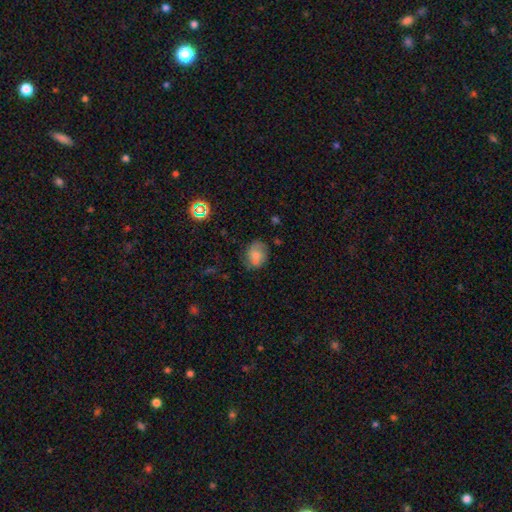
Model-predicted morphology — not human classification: type=smooth (71%); roundness=in between (53%); merging=none (62%).